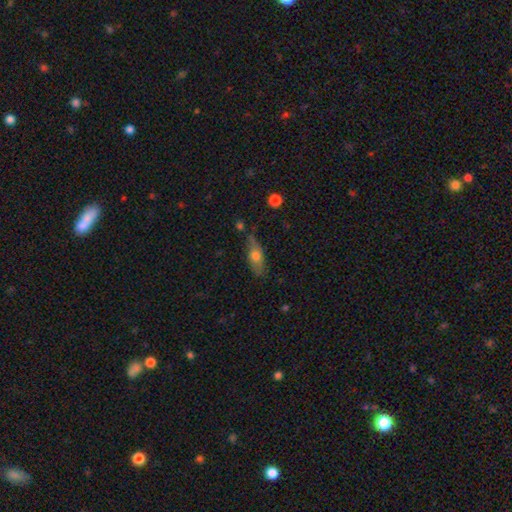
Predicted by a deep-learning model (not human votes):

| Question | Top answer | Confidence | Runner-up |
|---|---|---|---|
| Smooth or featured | smooth | 57% | featured or disk (35%) |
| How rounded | in between | 59% | cigar-shaped (36%) |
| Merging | none | 67% | minor disturbance (22%) |